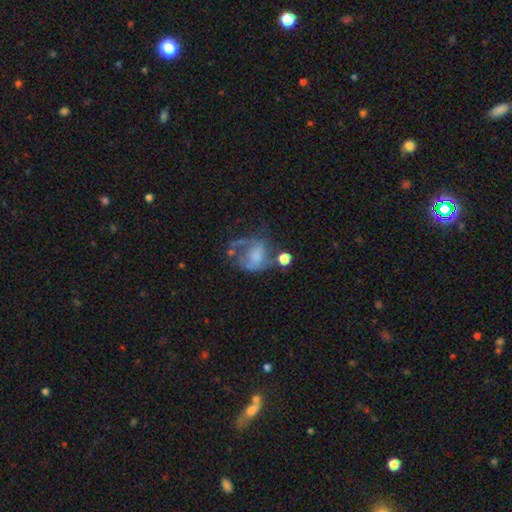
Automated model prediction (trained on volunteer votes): Overall: featured or disk (53%; smooth 36%). Edge-on disk: no (98%). Bar: no (71%). Spiral arms: yes (53%; no 47%). Bulge size: none (42%; moderate 24%). Merging: major disturbance (39%; none 27%).